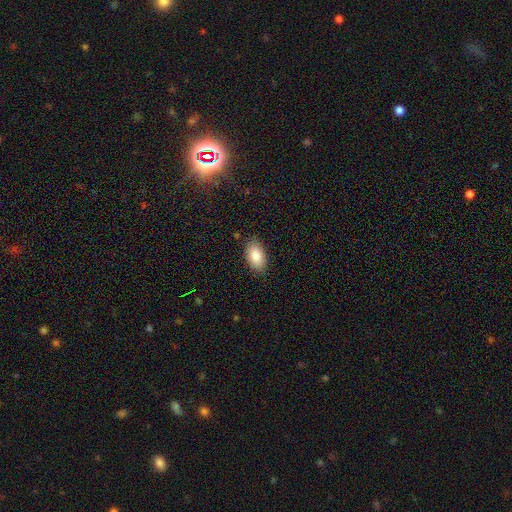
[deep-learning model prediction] Smooth or featured?
  - smooth: 85% *
  - featured or disk: 8%
  - star or artifact: 7%
How rounded?
  - in between: 94% *
  - round: 4%
  - cigar-shaped: 2%
Merging?
  - none: 85% *
  - minor disturbance: 11%
  - major disturbance: 2%
  - merger: 1%